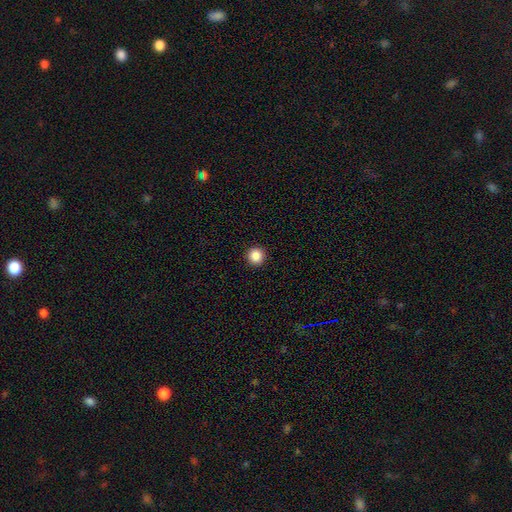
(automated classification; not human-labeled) smooth 87%, star or artifact 10%, featured or disk 3%. Down the decision tree: how rounded — round (96%); merging — none (94%).